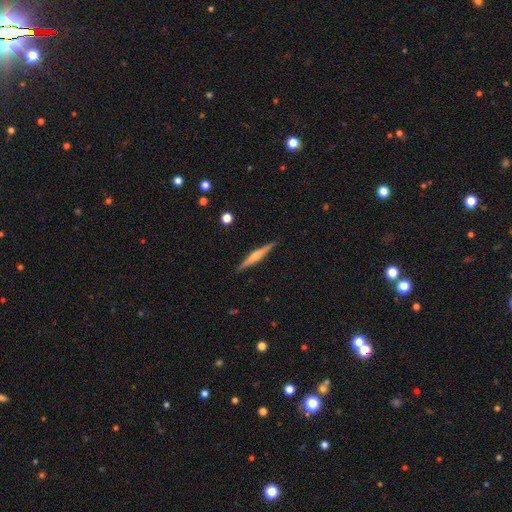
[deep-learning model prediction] The model was most divided on "smooth or featured": featured or disk: 60%, smooth: 34%, star or artifact: 6%. More confident: edge-on disk — yes (98%); merging — none (91%); edge-on bulge — rounded (74%).